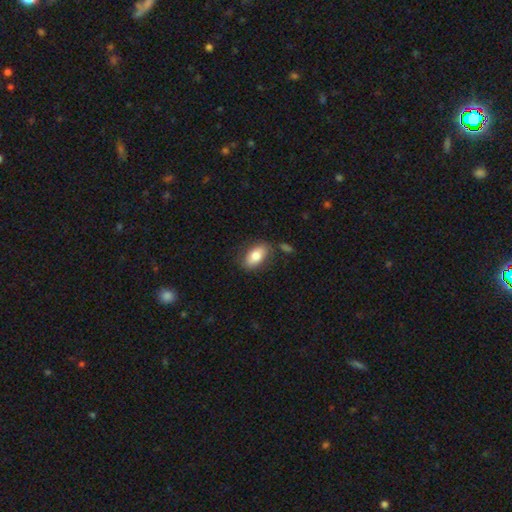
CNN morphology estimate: Smooth or featured? Predicted: smooth (p=0.80). How rounded? Predicted: in between (p=0.90). Merging? Predicted: none (p=0.77).